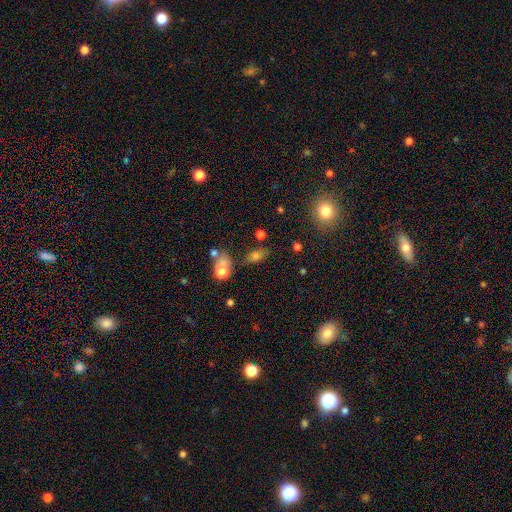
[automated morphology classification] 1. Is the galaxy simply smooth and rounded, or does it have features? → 69% smooth, 17% star or artifact, 14% featured or disk.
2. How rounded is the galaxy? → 79% in between, 15% round, 6% cigar-shaped.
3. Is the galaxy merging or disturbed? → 65% none, 17% minor disturbance, 12% merger, 7% major disturbance.